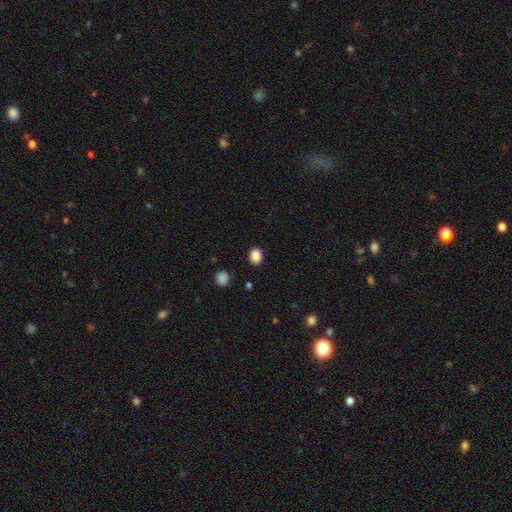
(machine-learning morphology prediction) This is clearly a smooth galaxy (88%). How rounded: possibly in between (59%). Merging: clearly none (88%).